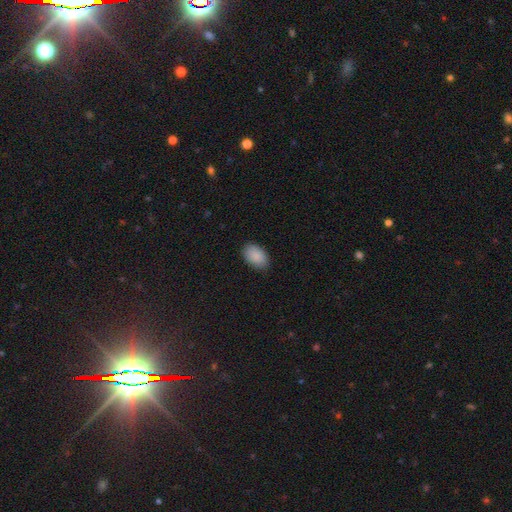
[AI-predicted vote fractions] The model was most divided on "merging": none: 86%, minor disturbance: 11%, major disturbance: 2%, merger: 1%. More confident: how rounded — in between (91%); smooth or featured — smooth (90%).